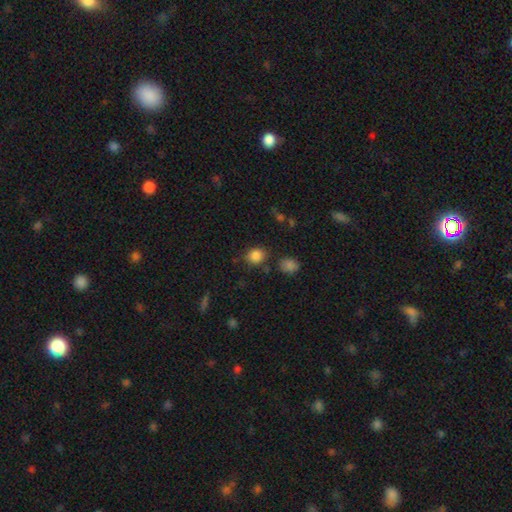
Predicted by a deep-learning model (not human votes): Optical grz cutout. It shows a smooth galaxy with no disk features (85%) that is round (73%). Merging: none (77%).